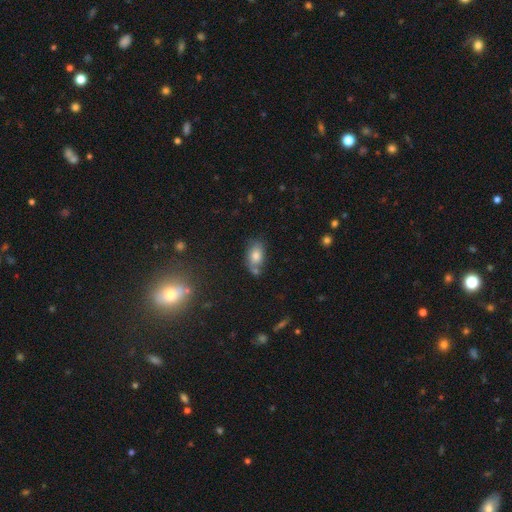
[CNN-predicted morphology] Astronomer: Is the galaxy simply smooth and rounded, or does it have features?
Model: smooth — 76%.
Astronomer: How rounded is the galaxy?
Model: in between — 89%.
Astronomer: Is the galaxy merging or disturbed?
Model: none — 59%.